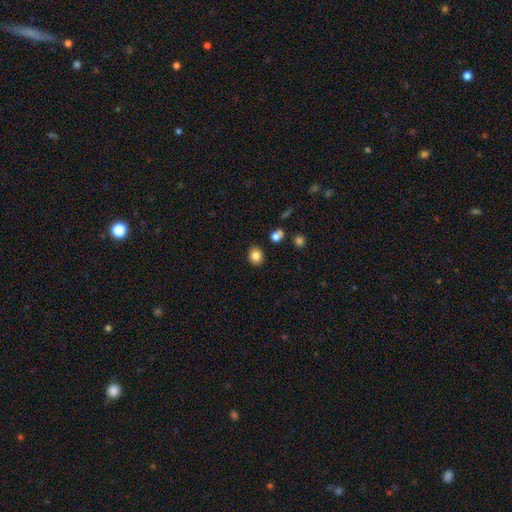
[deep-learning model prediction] Smooth or featured: smooth — 84% (star or artifact — 10%)
How rounded: round — 69% (in between — 30%)
Merging: none — 88% (minor disturbance — 7%)